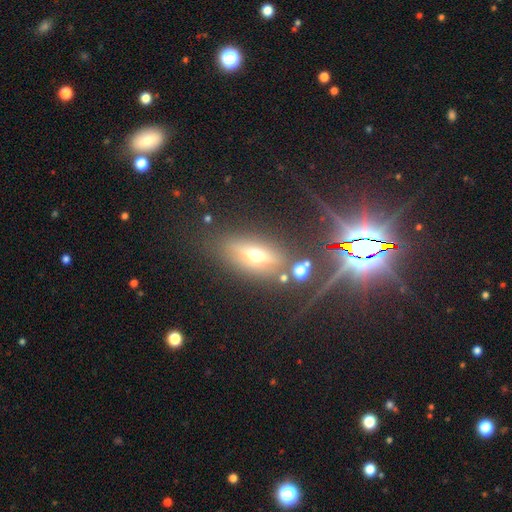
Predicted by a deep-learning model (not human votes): The model was most divided on "smooth or featured": smooth: 40%, star or artifact: 35%, featured or disk: 25%. More confident: merging — none (74%).